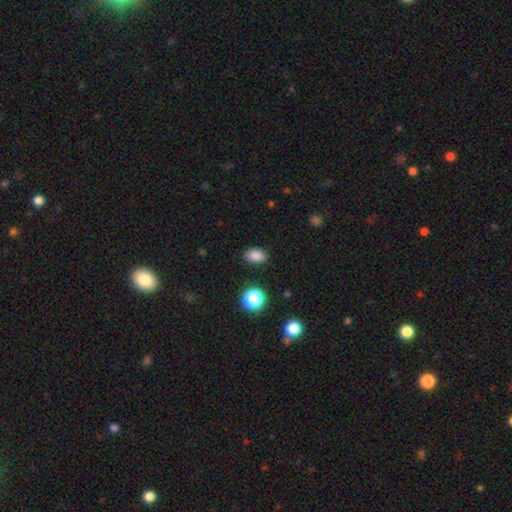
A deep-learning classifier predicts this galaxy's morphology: Smooth or featured? smooth (84%)
How rounded? in between (80%)
Merging? none (87%)